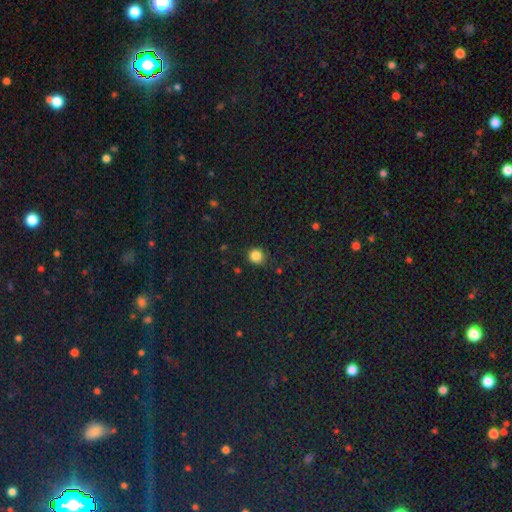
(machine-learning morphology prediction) This is clearly a smooth galaxy (85%). How rounded: clearly round (91%). Merging: clearly none (87%).